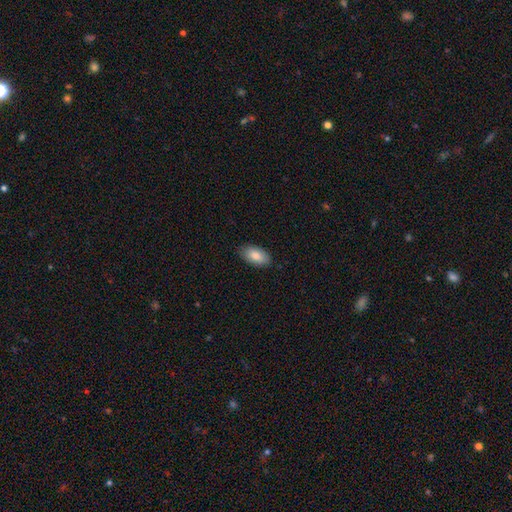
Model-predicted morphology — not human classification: The model was most divided on "merging": none: 86%, minor disturbance: 11%, major disturbance: 2%, merger: 1%. More confident: how rounded — in between (94%); smooth or featured — smooth (86%).